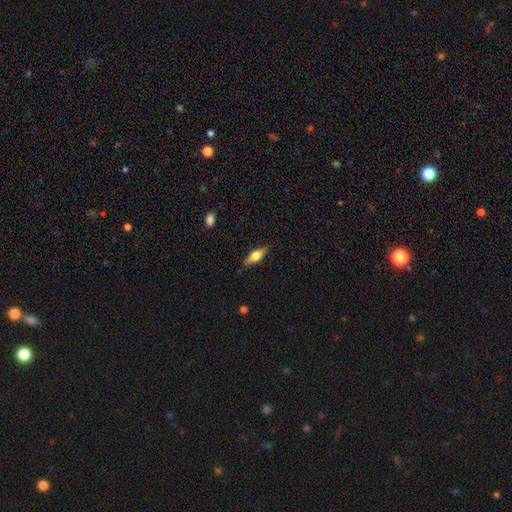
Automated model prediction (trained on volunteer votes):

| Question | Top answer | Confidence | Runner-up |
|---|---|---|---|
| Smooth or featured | featured or disk | 57% | smooth (36%) |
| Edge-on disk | yes | 94% | no (6%) |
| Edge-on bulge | rounded | 92% | boxy (6%) |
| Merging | none | 85% | minor disturbance (11%) |